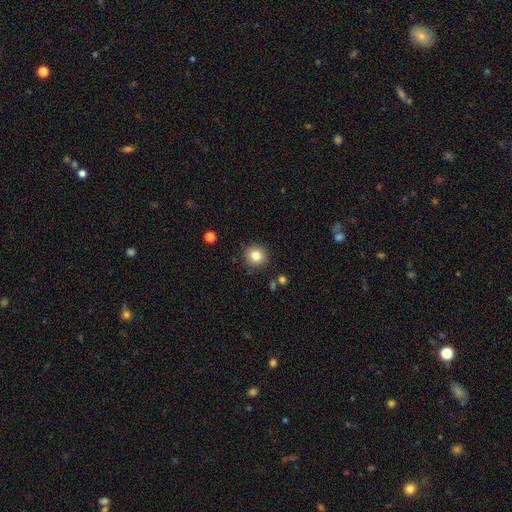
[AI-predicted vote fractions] Q: Smooth or featured?
A: smooth (82%); runner-up: star or artifact (11%)
Q: How rounded?
A: round (93%); runner-up: in between (6%)
Q: Merging?
A: none (89%); runner-up: minor disturbance (7%)